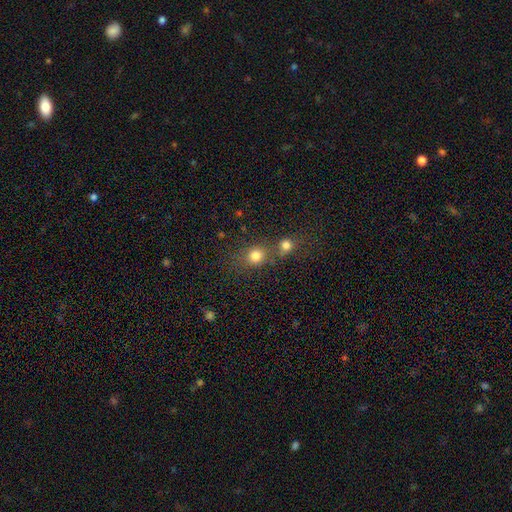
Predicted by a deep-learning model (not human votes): Q: Smooth or featured?
A: smooth (79%); runner-up: star or artifact (13%)
Q: How rounded?
A: round (79%); runner-up: in between (20%)
Q: Merging?
A: none (52%); runner-up: merger (34%)